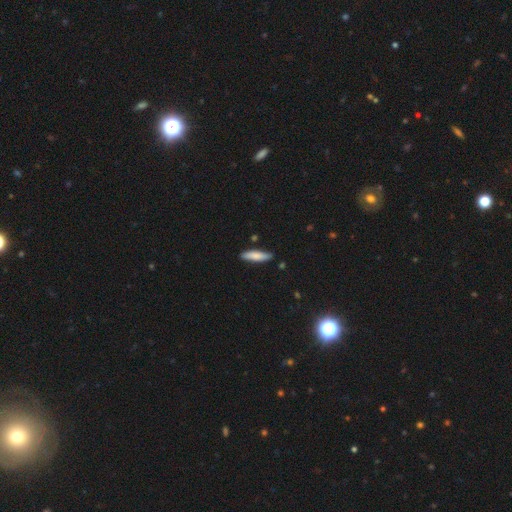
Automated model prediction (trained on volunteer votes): This appears to be a smooth galaxy with no disk features (79%) that is cigar-shaped (73%). Merging: none (83%).